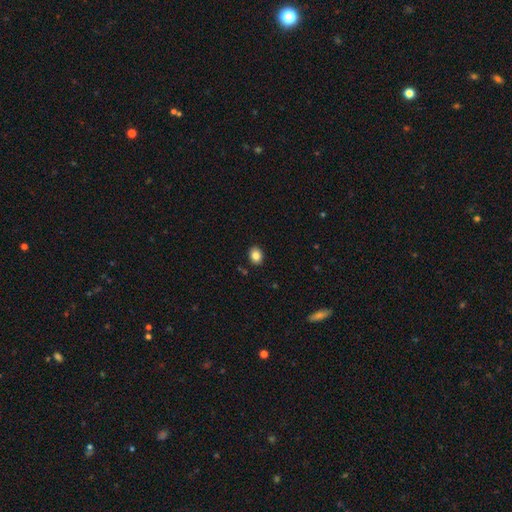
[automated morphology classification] This appears to be a smooth galaxy with no disk features (84%) that is in between round and cigar-shaped (55%). Merging: none (88%).